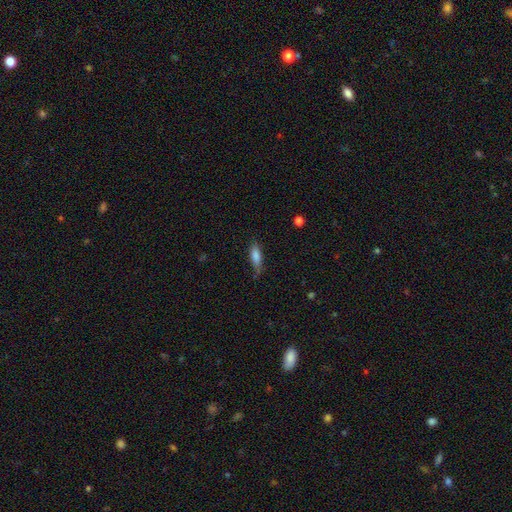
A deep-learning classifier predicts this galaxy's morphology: smooth-or-featured: smooth: 82% | featured or disk: 11% | star or artifact: 7%
  how-rounded: in between: 61% | cigar-shaped: 37% | round: 2%
  merging: none: 61% | minor disturbance: 30% | major disturbance: 7% | merger: 2%